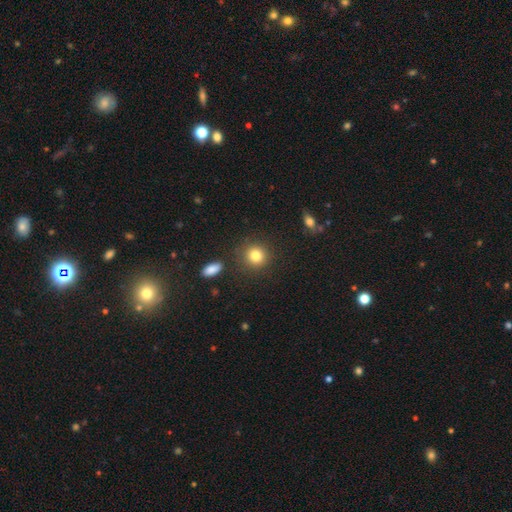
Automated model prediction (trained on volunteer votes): Q: Smooth or featured?
A: smooth (82%); runner-up: star or artifact (11%)
Q: How rounded?
A: round (90%); runner-up: in between (9%)
Q: Merging?
A: none (86%); runner-up: minor disturbance (8%)